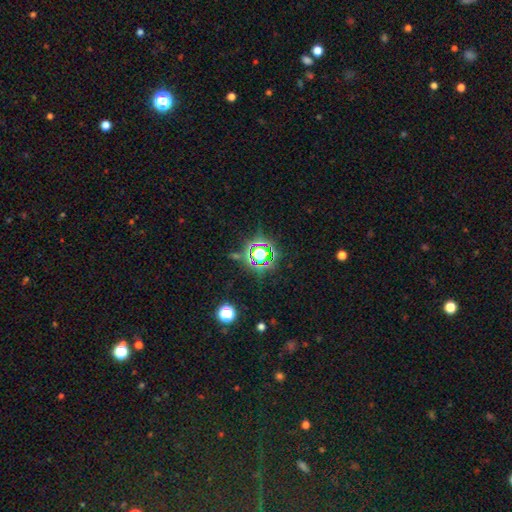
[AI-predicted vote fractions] smooth-or-featured: star or artifact: 75% | smooth: 18% | featured or disk: 8%